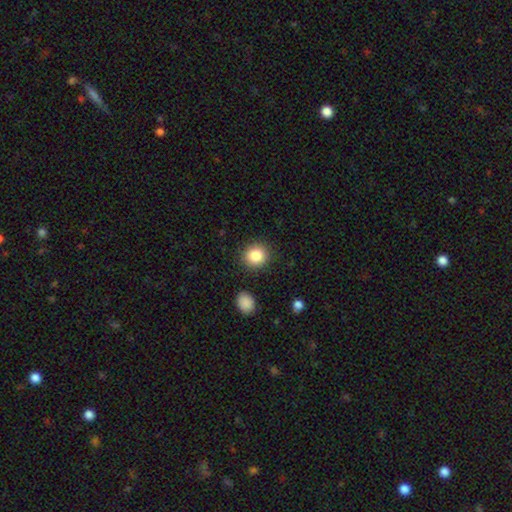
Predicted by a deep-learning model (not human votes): Smooth or featured? smooth (85%)
How rounded? round (87%)
Merging? none (88%)